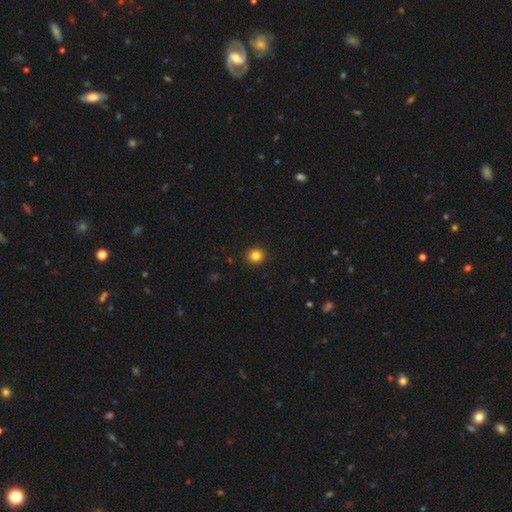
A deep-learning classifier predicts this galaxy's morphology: A smooth galaxy with no disk features (83%) that is round (90%).

Vote fractions:
- Smooth or featured? smooth: 83% / star or artifact: 12% / featured or disk: 5%
- How rounded? round: 90% / in between: 9% / cigar-shaped: 1%
- Merging? none: 92% / minor disturbance: 5% / major disturbance: 2% / merger: 1%